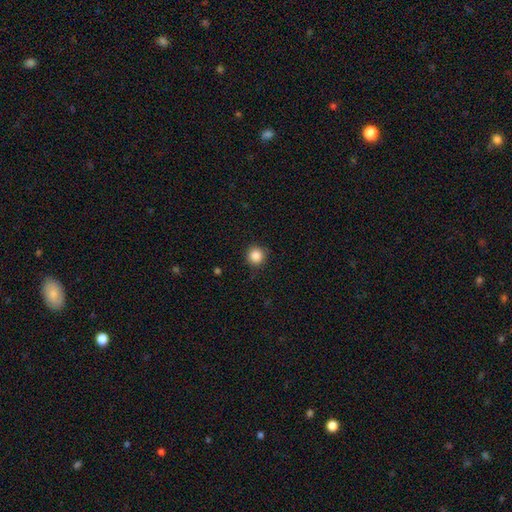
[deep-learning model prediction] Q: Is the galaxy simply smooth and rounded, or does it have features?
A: smooth — 86%.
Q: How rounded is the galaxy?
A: round — 95%.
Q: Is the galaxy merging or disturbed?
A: none — 89%.